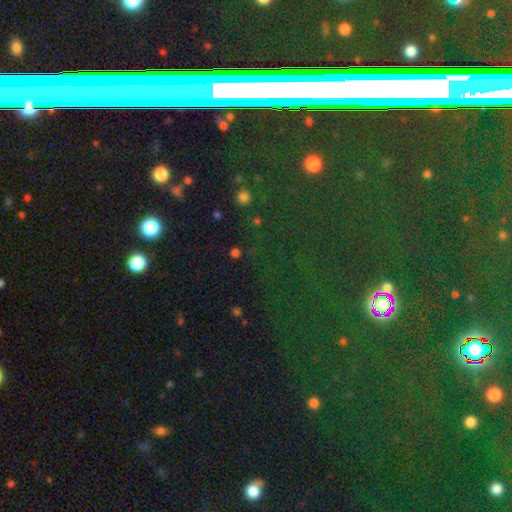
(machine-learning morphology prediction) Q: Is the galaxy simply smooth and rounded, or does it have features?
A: star or artifact — 66%.